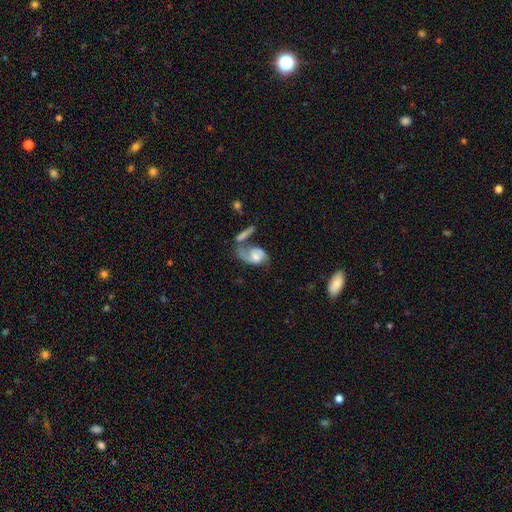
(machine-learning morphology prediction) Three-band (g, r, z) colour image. It shows a featured or disk galaxy (58%) with no bar (68%), spiral arms (79%) and a moderate central bulge (43%). Merging: merger (36%).